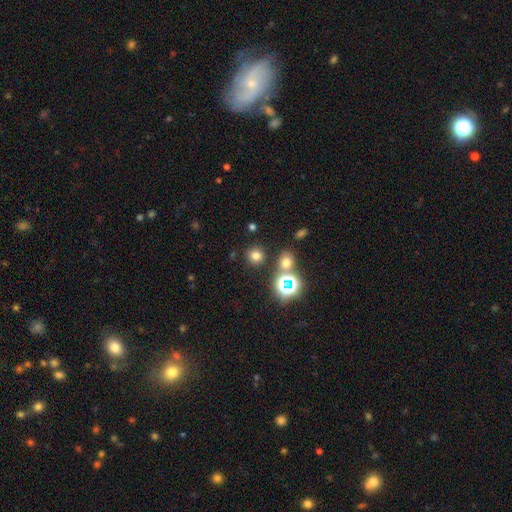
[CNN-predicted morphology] Smooth or featured? Predicted: smooth (p=0.70). How rounded? Predicted: round (p=0.90). Merging? Predicted: none (p=0.84).